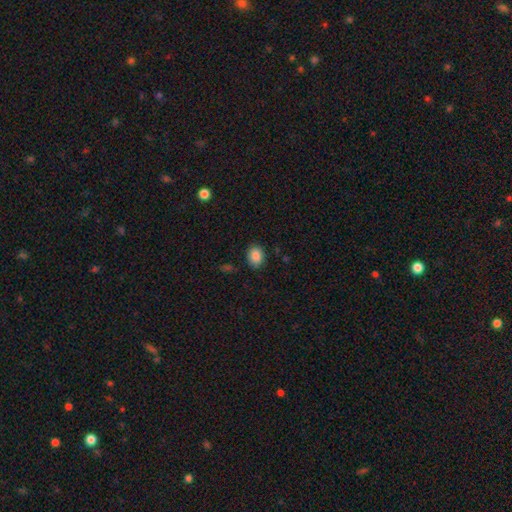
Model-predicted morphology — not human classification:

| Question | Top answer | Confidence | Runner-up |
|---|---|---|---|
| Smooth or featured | smooth | 87% | star or artifact (9%) |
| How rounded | in between | 63% | round (36%) |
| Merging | none | 87% | minor disturbance (10%) |